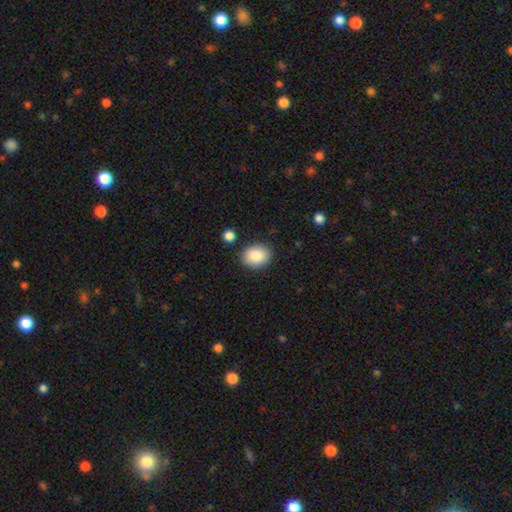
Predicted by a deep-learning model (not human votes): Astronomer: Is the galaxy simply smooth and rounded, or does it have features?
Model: smooth — 87%.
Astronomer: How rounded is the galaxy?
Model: in between — 53% (runner-up: round, 46%).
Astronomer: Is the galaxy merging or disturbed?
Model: none — 85%.